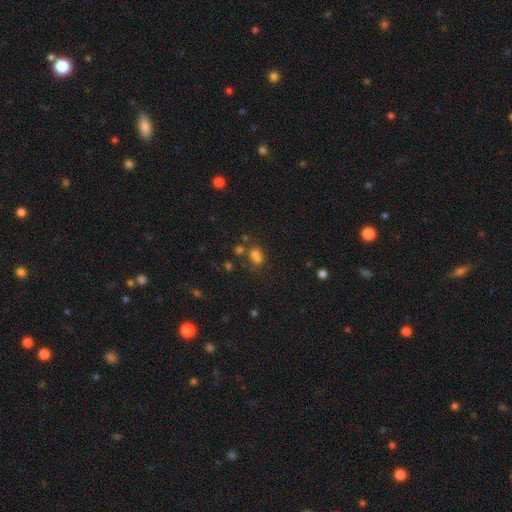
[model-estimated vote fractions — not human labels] A smooth galaxy with no disk features (68%) that is in between round and cigar-shaped (55%). Merging: none (43%).